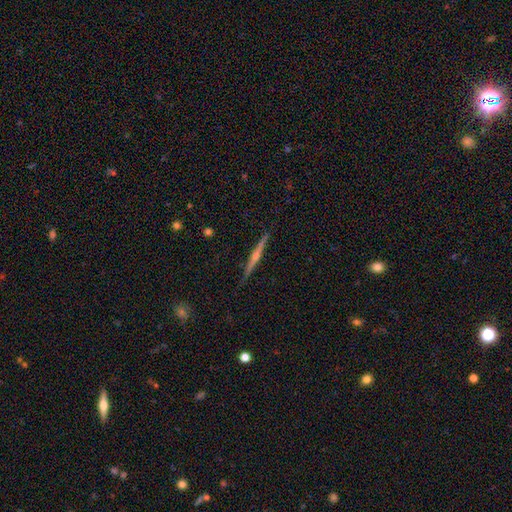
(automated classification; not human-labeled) smooth_or_featured: featured or disk (p=0.78) [alt: smooth p=0.15]
disk_edge_on: yes (p=0.98) [alt: no p=0.02]
edge_on_bulge: rounded (p=0.80) [alt: none p=0.14]
merging: none (p=0.91) [alt: minor disturbance p=0.07]